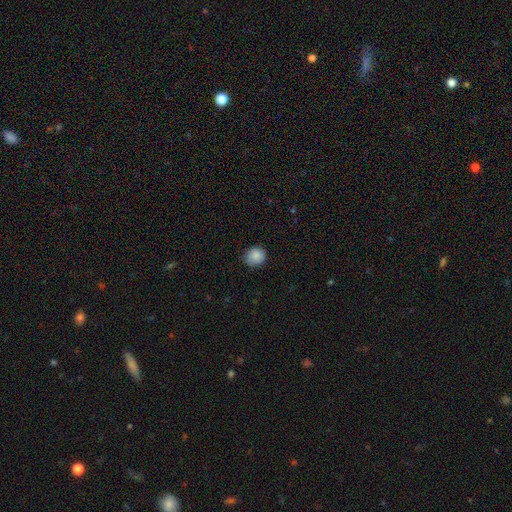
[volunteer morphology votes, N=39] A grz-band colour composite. It shows a smooth galaxy with no disk features (74%) that is round (66%). Merging: none (83%).